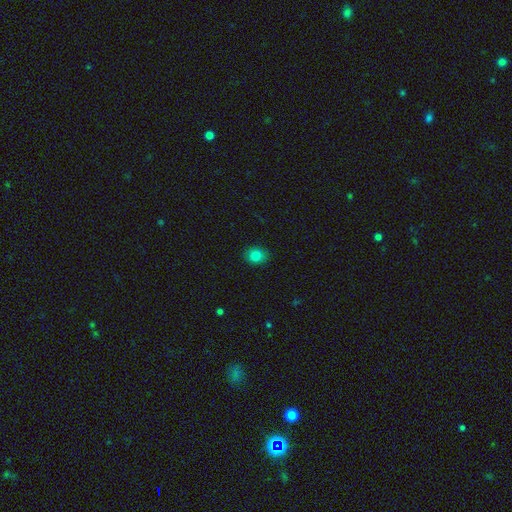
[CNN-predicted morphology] Smooth or featured? Predicted: smooth (p=0.82). How rounded? Predicted: round (p=0.63). Merging? Predicted: none (p=0.88).